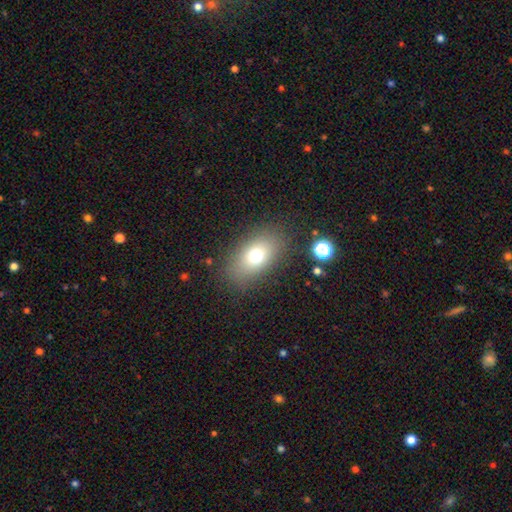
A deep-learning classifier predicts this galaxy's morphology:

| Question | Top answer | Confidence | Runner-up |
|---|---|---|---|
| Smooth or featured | smooth | 70% | featured or disk (18%) |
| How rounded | in between | 85% | round (12%) |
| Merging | none | 83% | minor disturbance (10%) |